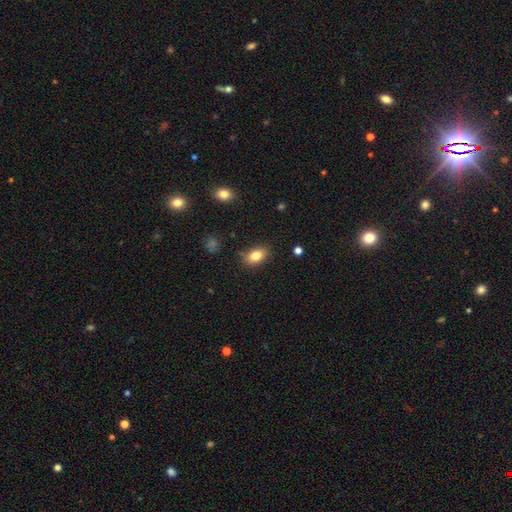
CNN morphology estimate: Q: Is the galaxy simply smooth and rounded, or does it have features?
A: smooth — 83%.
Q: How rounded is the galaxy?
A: in between — 85%.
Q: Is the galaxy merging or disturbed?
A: none — 82%.